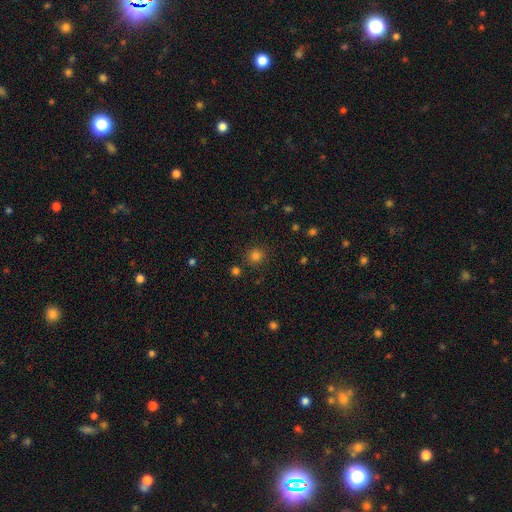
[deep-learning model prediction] smooth-or-featured: smooth: 81% | star or artifact: 15% | featured or disk: 4%
  how-rounded: round: 91% | in between: 9% | cigar-shaped: 1%
  merging: none: 87% | minor disturbance: 8% | merger: 3% | major disturbance: 3%